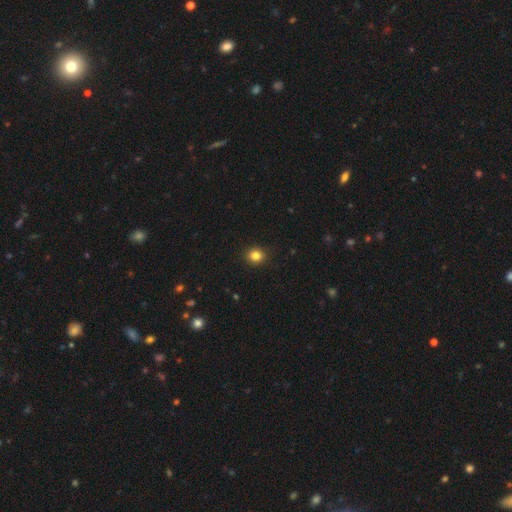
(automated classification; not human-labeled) Smooth or featured: smooth — 83% (star or artifact — 12%)
How rounded: round — 83% (in between — 16%)
Merging: none — 92% (minor disturbance — 6%)